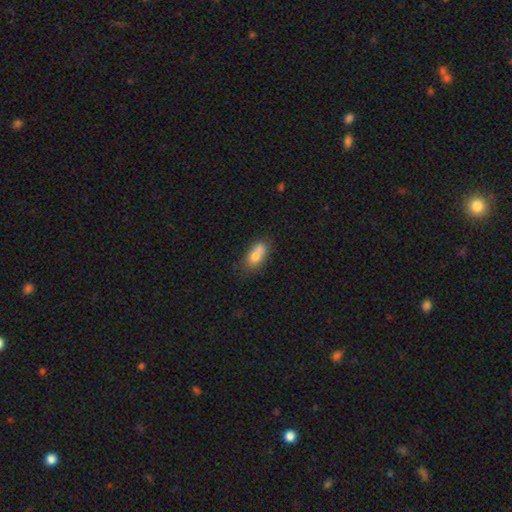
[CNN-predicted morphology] This is likely a smooth galaxy (72%). How rounded: likely in between (80%). Merging: marginally merger (40%).